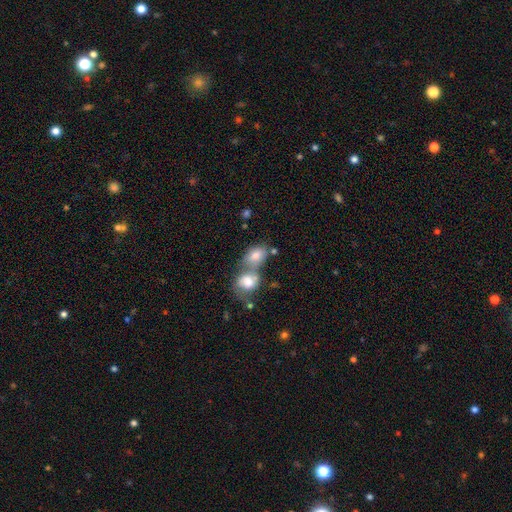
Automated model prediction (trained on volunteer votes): This appears to be a smooth galaxy with no disk features (77%) that is in between round and cigar-shaped (73%). Merging: merger (61%).